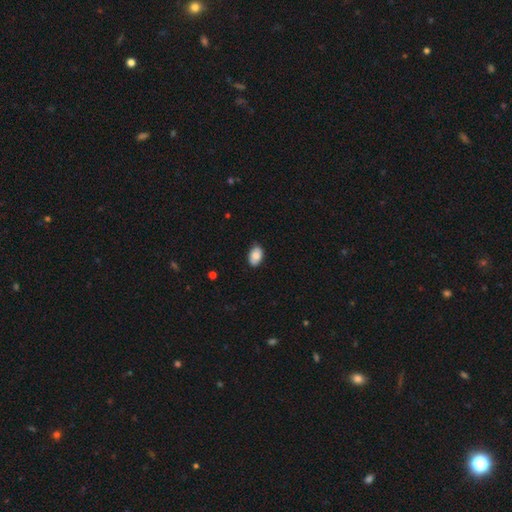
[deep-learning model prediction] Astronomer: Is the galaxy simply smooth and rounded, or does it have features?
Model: smooth — 81%.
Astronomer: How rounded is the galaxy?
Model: in between — 90%.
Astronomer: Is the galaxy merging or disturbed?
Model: none — 82%.